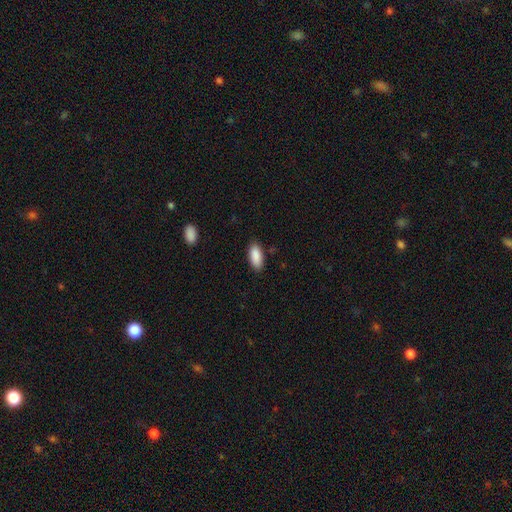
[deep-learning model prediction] The model was most divided on "merging": none: 86%, minor disturbance: 10%, major disturbance: 2%, merger: 1%. More confident: smooth or featured — smooth (90%); how rounded — in between (88%).